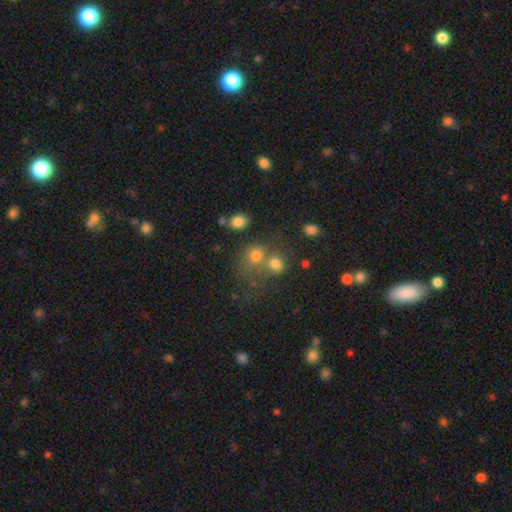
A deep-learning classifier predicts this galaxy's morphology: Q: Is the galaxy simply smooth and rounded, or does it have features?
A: smooth — 74%.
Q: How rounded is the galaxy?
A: round — 69%.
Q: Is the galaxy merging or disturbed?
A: none — 40%, tied with merger.